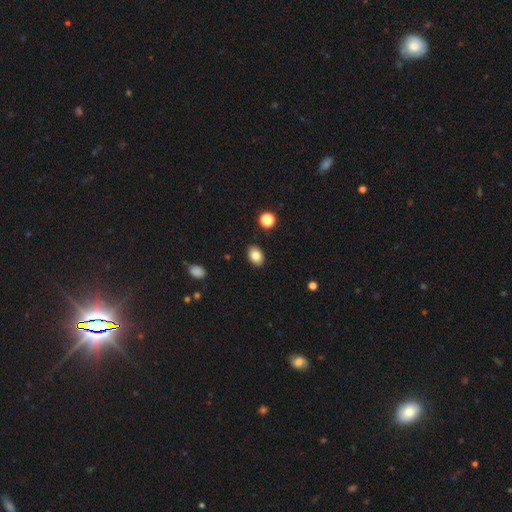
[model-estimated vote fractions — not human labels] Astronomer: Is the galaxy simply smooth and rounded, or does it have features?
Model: smooth — 83%.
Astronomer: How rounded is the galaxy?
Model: in between — 77%.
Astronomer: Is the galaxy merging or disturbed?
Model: none — 88%.